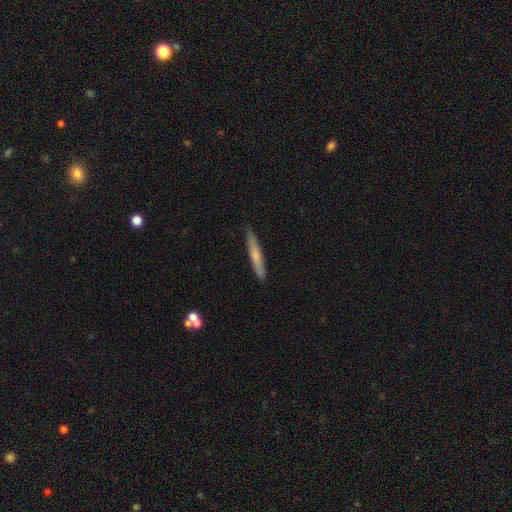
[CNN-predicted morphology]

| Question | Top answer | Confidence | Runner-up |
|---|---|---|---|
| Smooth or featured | smooth | 63% | featured or disk (31%) |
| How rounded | cigar-shaped | 94% | in between (4%) |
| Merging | none | 88% | minor disturbance (9%) |